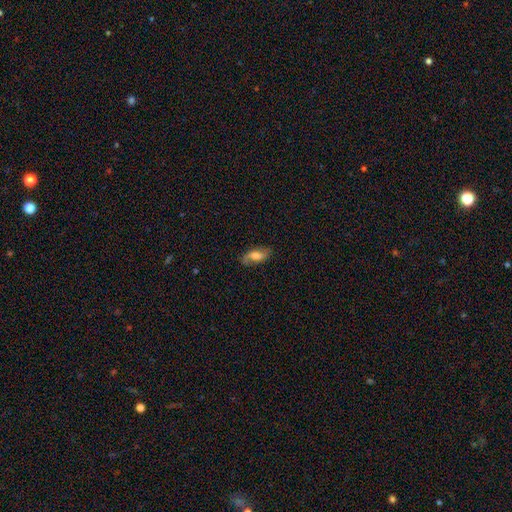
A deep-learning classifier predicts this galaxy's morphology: The model was most divided on "smooth or featured": smooth: 48%, featured or disk: 44%, star or artifact: 8%. More confident: merging — none (74%).